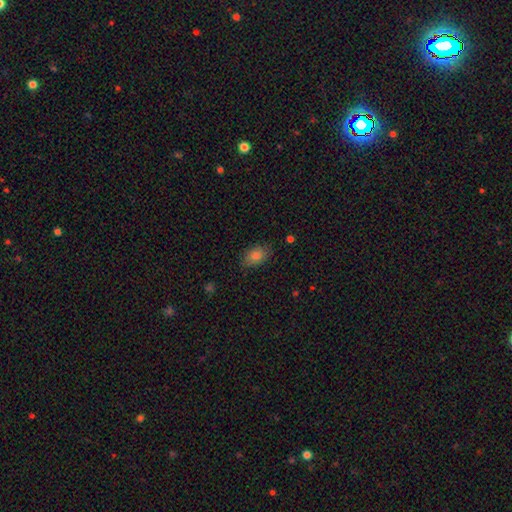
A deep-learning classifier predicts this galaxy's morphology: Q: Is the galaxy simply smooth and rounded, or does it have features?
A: smooth — 81%.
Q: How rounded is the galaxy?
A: in between — 84%.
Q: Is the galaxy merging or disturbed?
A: none — 82%.